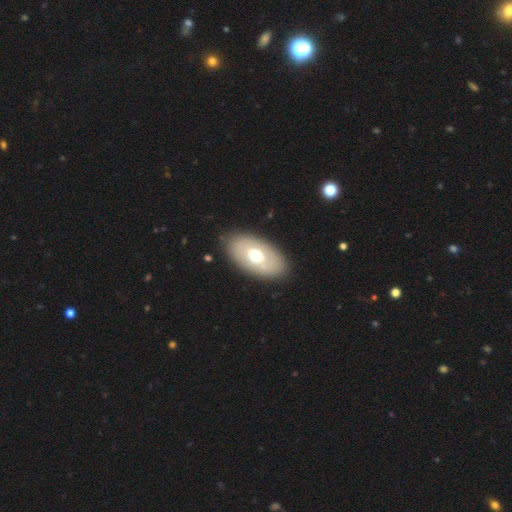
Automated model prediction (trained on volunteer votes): Morphology: type=smooth (55%); roundness=in between (92%); merging=none (84%).